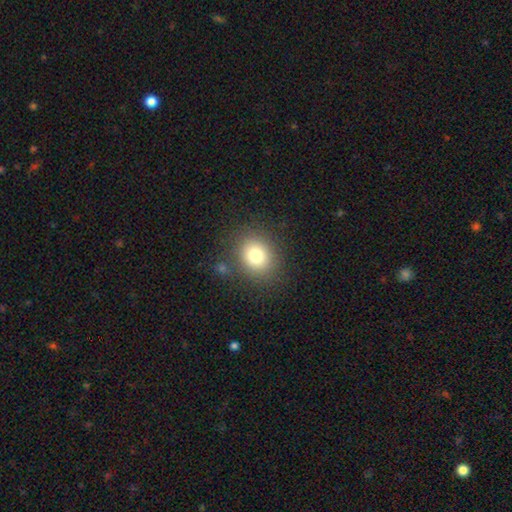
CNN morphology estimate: Smooth or featured? smooth (78%)
How rounded? round (71%)
Merging? none (83%)